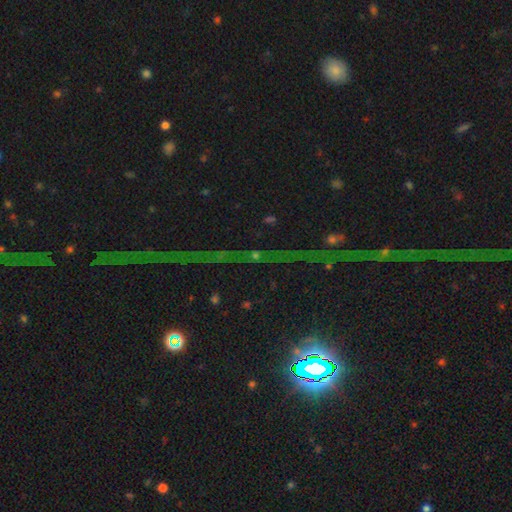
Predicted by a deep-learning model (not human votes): This is likely a star or artifact rather than a galaxy (72%).